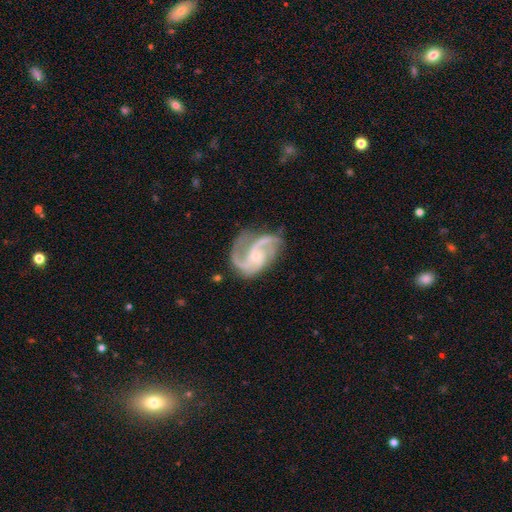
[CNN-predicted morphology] A featured or disk galaxy (92%) with no bar (61%), 3 (44%) medium (58%) spiral arms (98%) and a small central bulge (72%). Merging: none (67%).